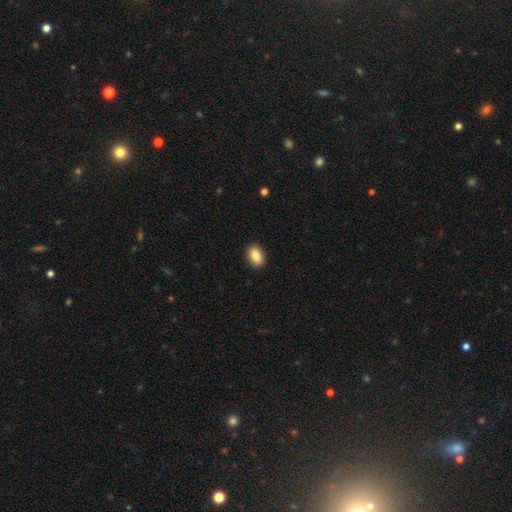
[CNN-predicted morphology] A smooth galaxy with no disk features (89%) that is in between round and cigar-shaped (88%).

Vote fractions:
- Smooth or featured? smooth: 89% / star or artifact: 7% / featured or disk: 4%
- How rounded? in between: 88% / round: 11% / cigar-shaped: 1%
- Merging? none: 90% / minor disturbance: 7% / major disturbance: 2% / merger: 1%